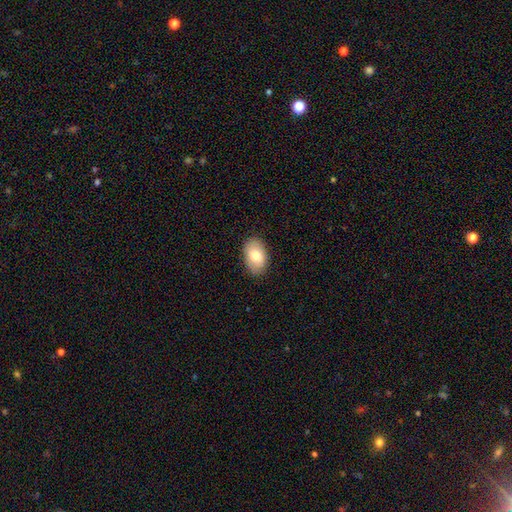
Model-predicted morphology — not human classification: Smooth or featured? smooth (80%)
How rounded? in between (91%)
Merging? none (87%)